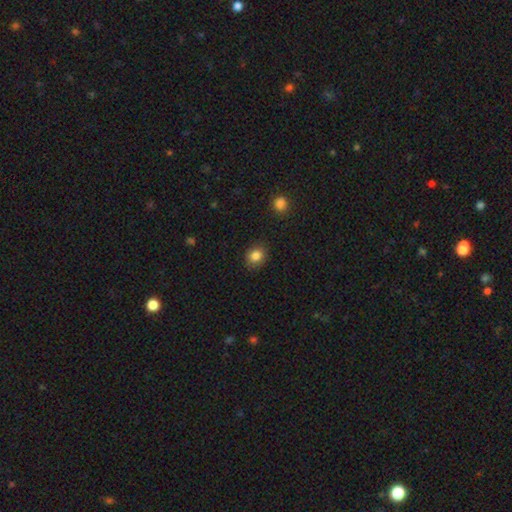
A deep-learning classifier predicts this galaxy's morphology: smooth_or_featured: smooth (p=0.85) [alt: star or artifact p=0.10]
how_rounded: round (p=0.62) [alt: in between p=0.38]
merging: none (p=0.87) [alt: minor disturbance p=0.09]